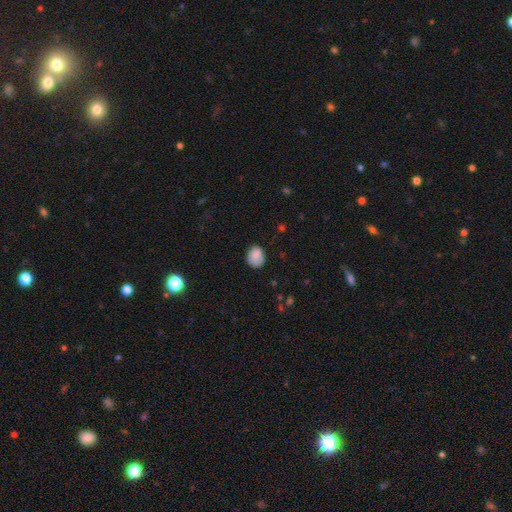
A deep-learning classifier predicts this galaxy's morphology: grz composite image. It shows a smooth galaxy with no disk features (85%) that is round (58%). Merging: none (78%).